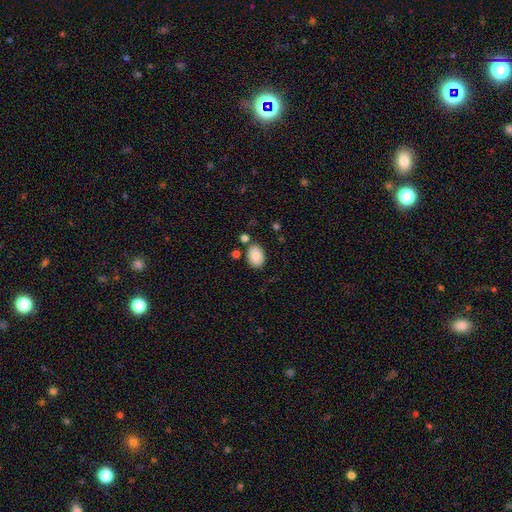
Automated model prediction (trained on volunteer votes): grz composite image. It shows a smooth galaxy with no disk features (85%) that is in between round and cigar-shaped (81%). Merging: none (78%).